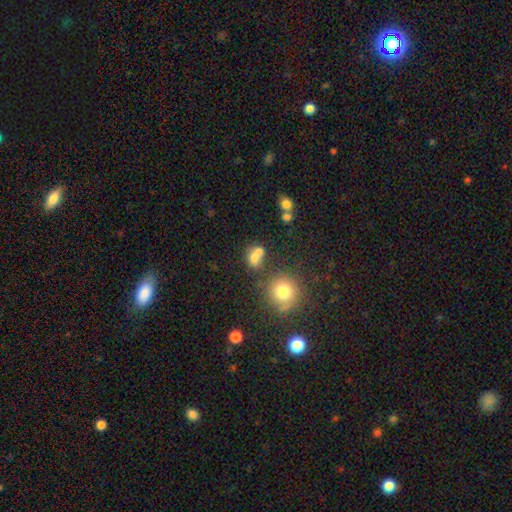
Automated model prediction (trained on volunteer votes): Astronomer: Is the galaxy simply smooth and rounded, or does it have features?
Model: smooth — 71%.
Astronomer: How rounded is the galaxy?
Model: round — 51% (runner-up: in between, 48%).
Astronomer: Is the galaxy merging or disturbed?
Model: merger — 52% (runner-up: none, 32%).